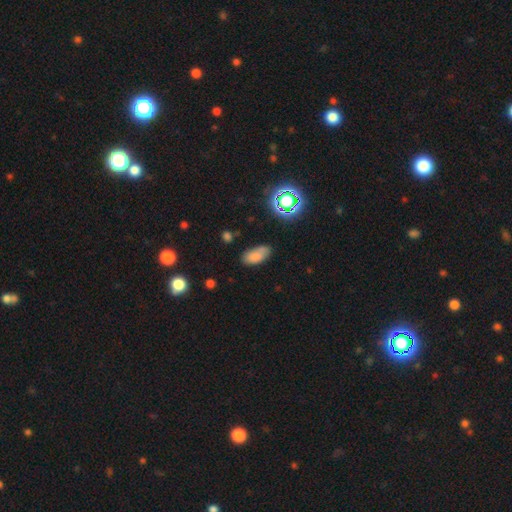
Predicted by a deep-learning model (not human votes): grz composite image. It shows a smooth galaxy with no disk features (77%) that is in between round and cigar-shaped (91%). Merging: none (70%).